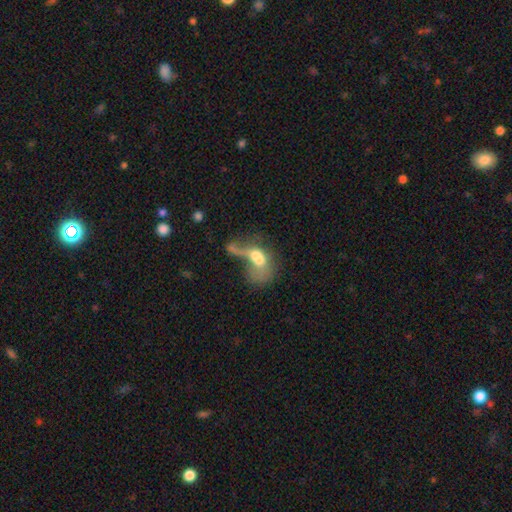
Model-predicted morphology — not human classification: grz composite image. It shows a smooth galaxy with no disk features (49%). Merging: merger (44%).